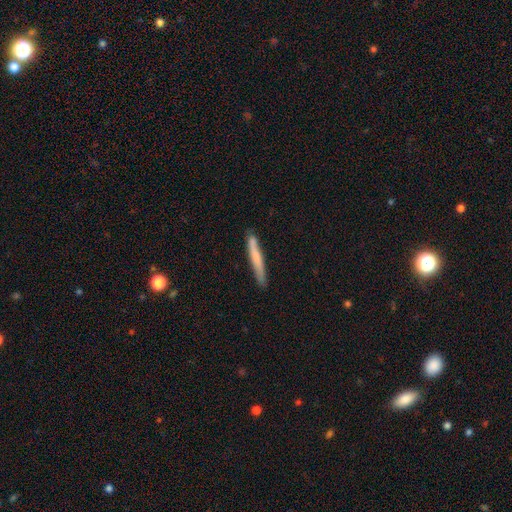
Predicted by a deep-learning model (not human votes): Morphology: type=smooth (64%); roundness=cigar-shaped (96%); merging=none (80%).